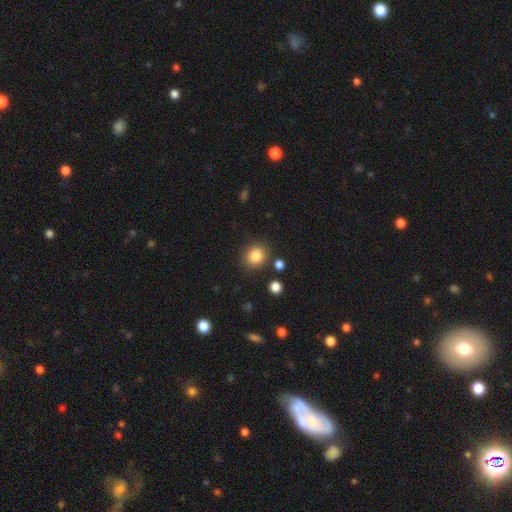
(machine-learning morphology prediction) Smooth or featured? smooth (84%)
How rounded? round (83%)
Merging? none (84%)